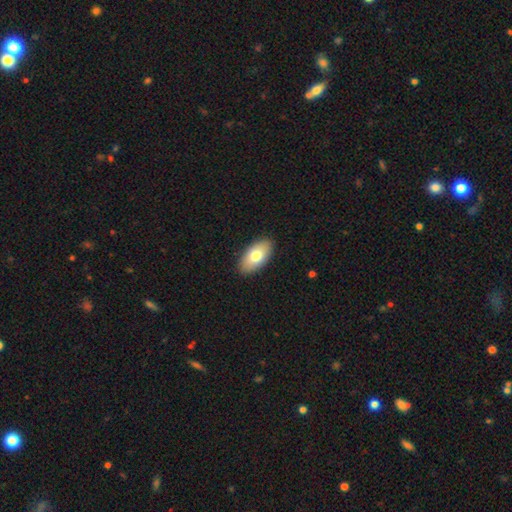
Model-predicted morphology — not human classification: Smooth or featured: smooth — 75% (featured or disk — 19%)
How rounded: in between — 94% (cigar-shaped — 3%)
Merging: none — 90% (minor disturbance — 8%)